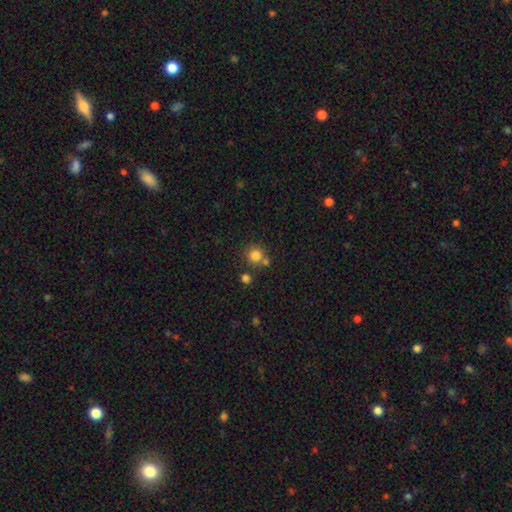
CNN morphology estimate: A smooth galaxy with no disk features (81%) that is round (92%). Merging: none (70%).